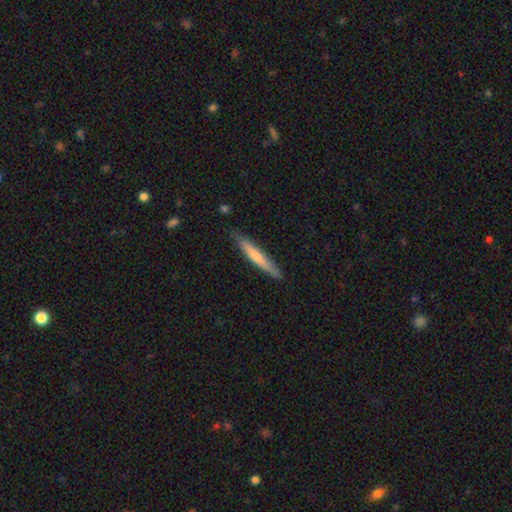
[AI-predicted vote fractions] Smooth or featured? smooth (59%)
How rounded? cigar-shaped (95%)
Merging? none (86%)